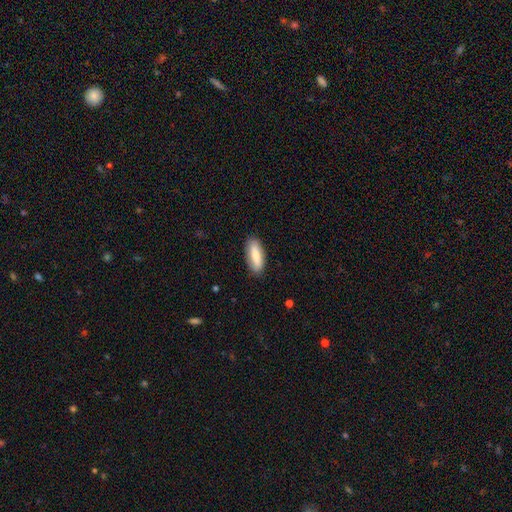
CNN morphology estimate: This is likely a smooth galaxy (78%). How rounded: likely in between (72%). Merging: clearly none (86%).